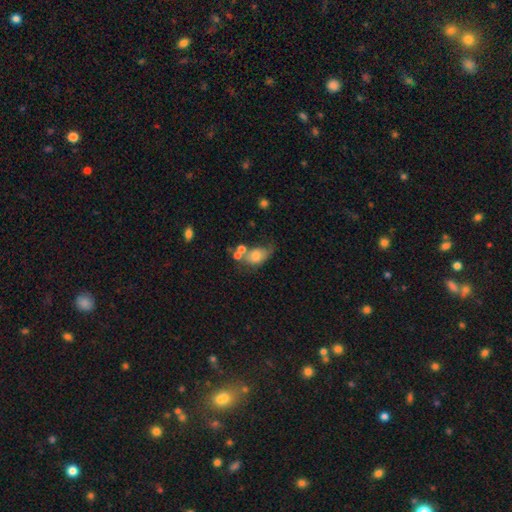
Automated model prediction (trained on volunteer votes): The model was most divided on "merging": none: 30%, merger: 26%, minor disturbance: 25%, major disturbance: 19%. More confident: how rounded — in between (77%); smooth or featured — smooth (65%).